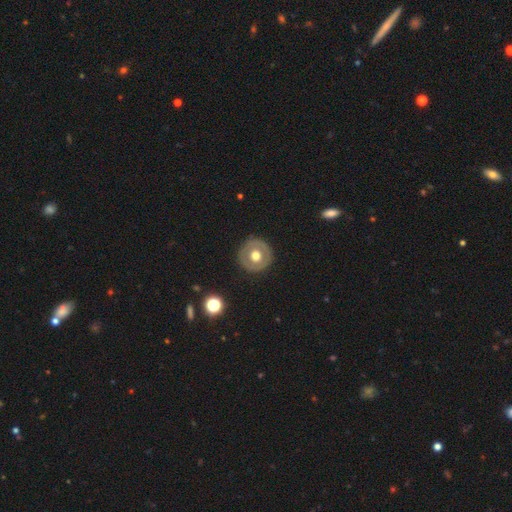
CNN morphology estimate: Smooth or featured: smooth — 50% (featured or disk — 43%)
How rounded: round — 93% (in between — 6%)
Merging: none — 89% (minor disturbance — 7%)